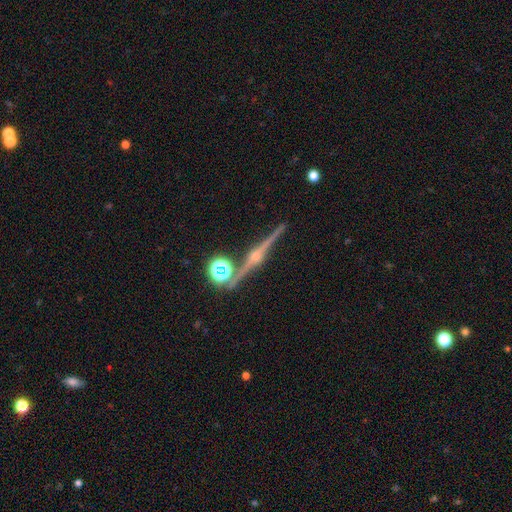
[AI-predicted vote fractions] Smooth or featured? featured or disk (85%)
Edge-on disk? yes (98%)
Edge-on bulge? rounded (91%)
Merging? none (88%)